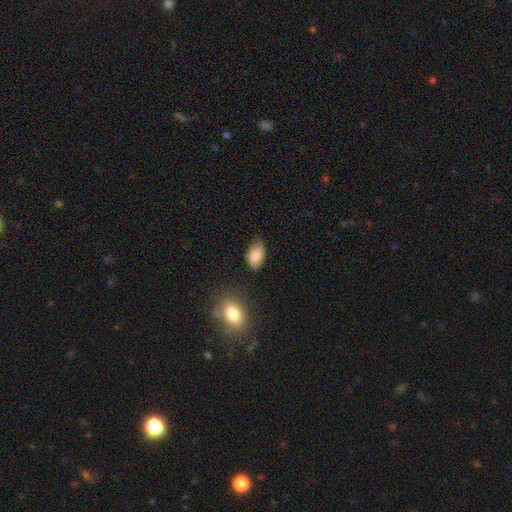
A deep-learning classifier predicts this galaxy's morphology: Smooth or featured? Predicted: smooth (p=0.83). How rounded? Predicted: in between (p=0.91). Merging? Predicted: none (p=0.71).